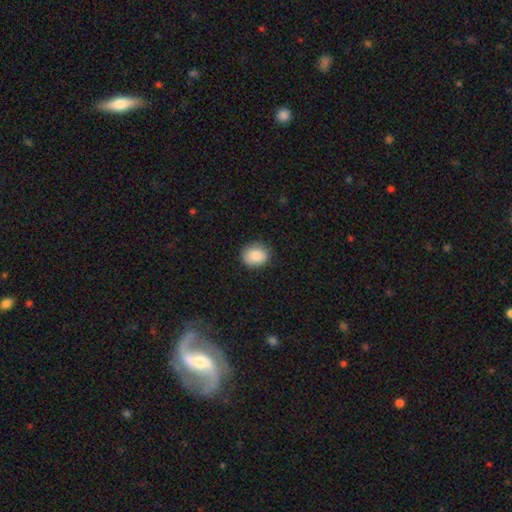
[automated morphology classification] type=smooth (86%); roundness=round (59%); merging=none (84%).